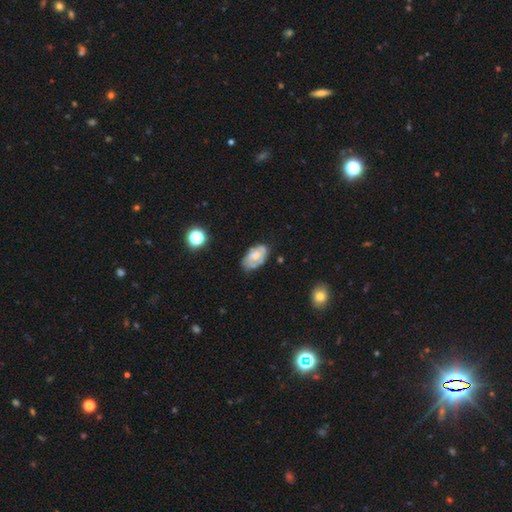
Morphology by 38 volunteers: A featured or disk galaxy (66%) with no bar (84%), no spiral arms (52%) and a small central bulge (52%). Merging: none (65%).